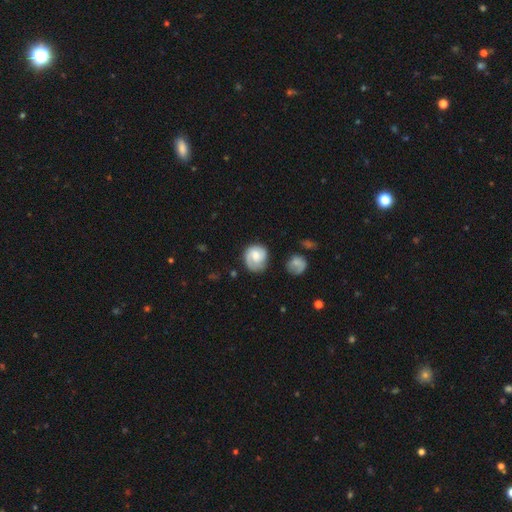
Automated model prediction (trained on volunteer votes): Smooth or featured?
  - featured or disk: 51% *
  - smooth: 43%
  - star or artifact: 6%
Edge-on disk?
  - no: 98% *
  - yes: 2%
Merging?
  - none: 66% *
  - minor disturbance: 22%
  - major disturbance: 9%
  - merger: 3%